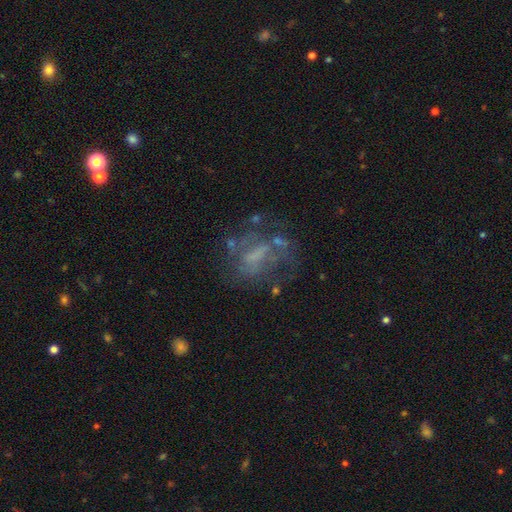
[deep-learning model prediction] featured or disk 60%, smooth 24%, star or artifact 16%. Down the decision tree: edge-on disk — no (96%); bar — no (49%); spiral arms — no (58%); bulge size — none (52%); merging — none (47%).